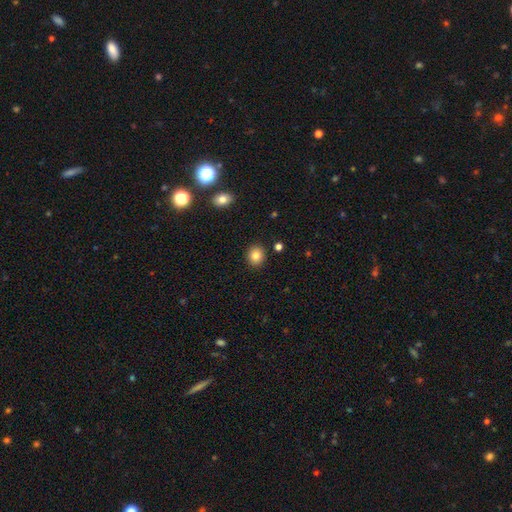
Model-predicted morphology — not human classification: smooth 84%, star or artifact 10%, featured or disk 6%. Down the decision tree: how rounded — round (77%); merging — none (90%).